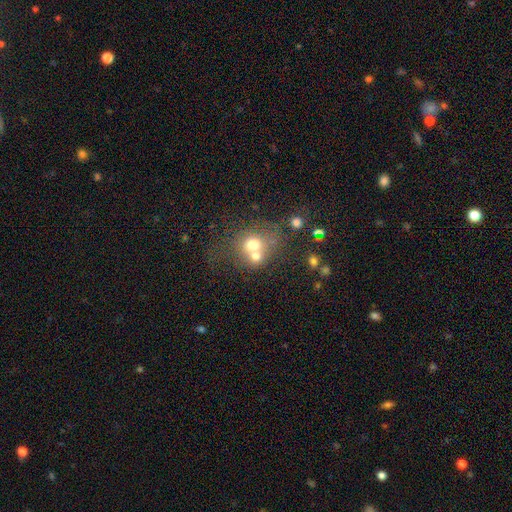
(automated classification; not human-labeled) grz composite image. It shows a smooth galaxy with no disk features (66%) that is round (72%). Merging: merger (56%).